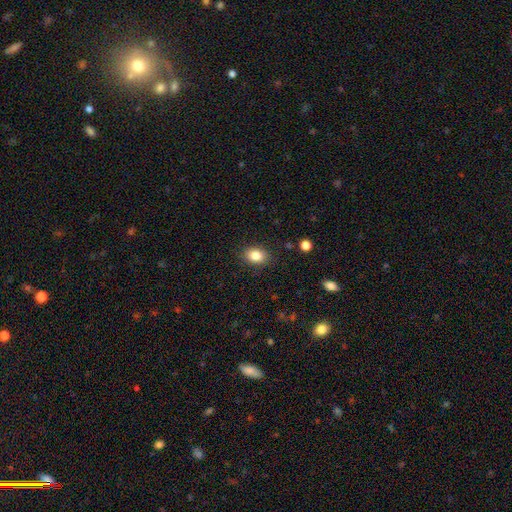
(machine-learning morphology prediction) type=smooth (84%); roundness=in between (73%); merging=none (86%).